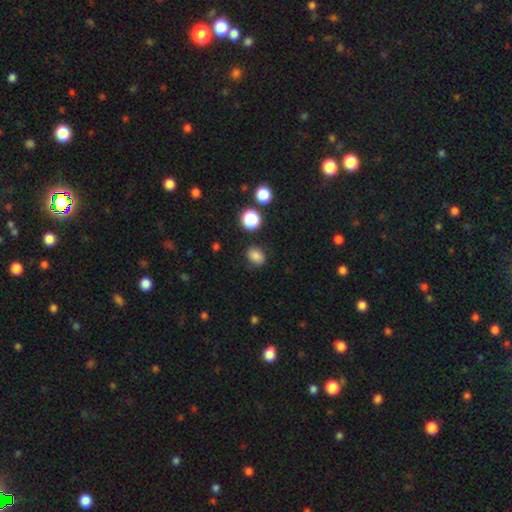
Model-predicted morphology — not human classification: The model was most divided on "how rounded": in between: 59%, round: 40%, cigar-shaped: 1%. More confident: smooth or featured — smooth (81%); merging — none (80%).